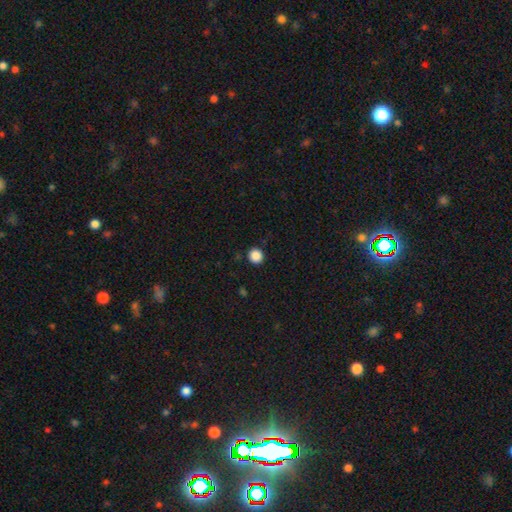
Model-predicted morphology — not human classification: Smooth or featured?
  - smooth: 87% *
  - star or artifact: 10%
  - featured or disk: 2%
How rounded?
  - round: 93% *
  - in between: 6%
  - cigar-shaped: 1%
Merging?
  - none: 92% *
  - minor disturbance: 5%
  - major disturbance: 2%
  - merger: 1%